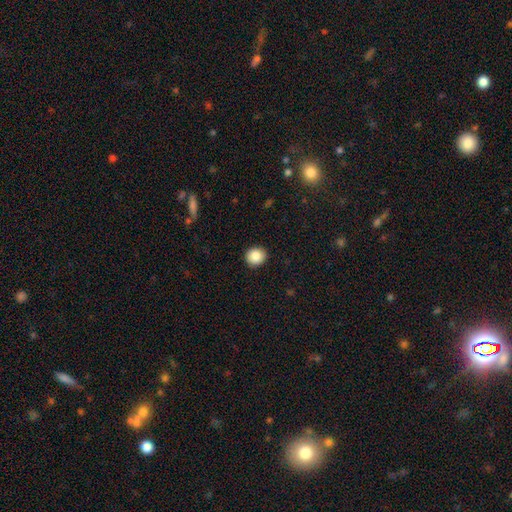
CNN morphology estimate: A smooth galaxy with no disk features (87%) that is round (86%).

Vote fractions:
- Smooth or featured? smooth: 87% / star or artifact: 8% / featured or disk: 4%
- How rounded? round: 86% / in between: 13% / cigar-shaped: 1%
- Merging? none: 91% / minor disturbance: 6% / major disturbance: 2% / merger: 1%